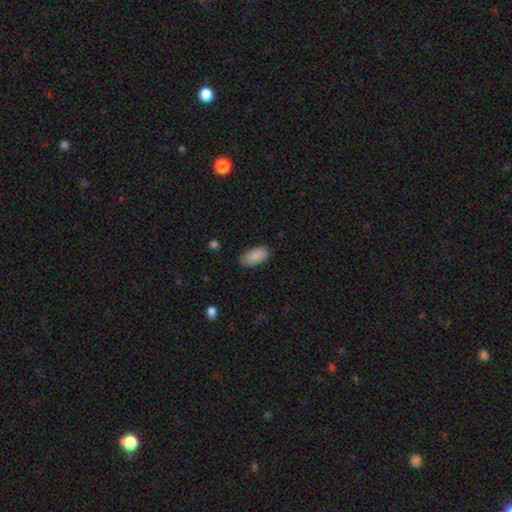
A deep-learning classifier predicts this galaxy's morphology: A smooth galaxy with no disk features (89%) that is in between round and cigar-shaped (94%).

Vote fractions:
- Smooth or featured? smooth: 89% / star or artifact: 6% / featured or disk: 5%
- How rounded? in between: 94% / cigar-shaped: 3% / round: 3%
- Merging? none: 83% / minor disturbance: 14% / major disturbance: 3% / merger: 1%